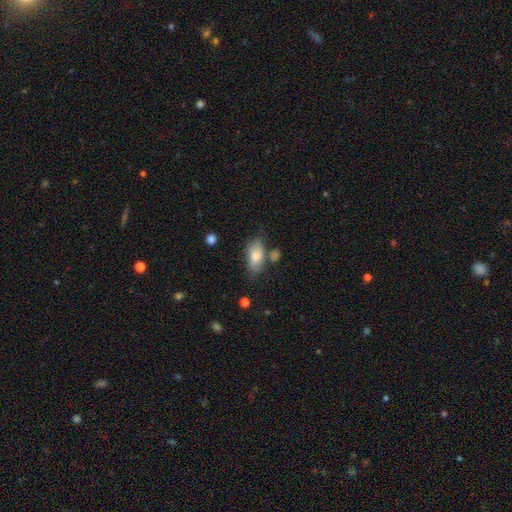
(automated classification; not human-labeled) This is likely a smooth galaxy (77%). How rounded: clearly in between (89%). Merging: likely none (62%).